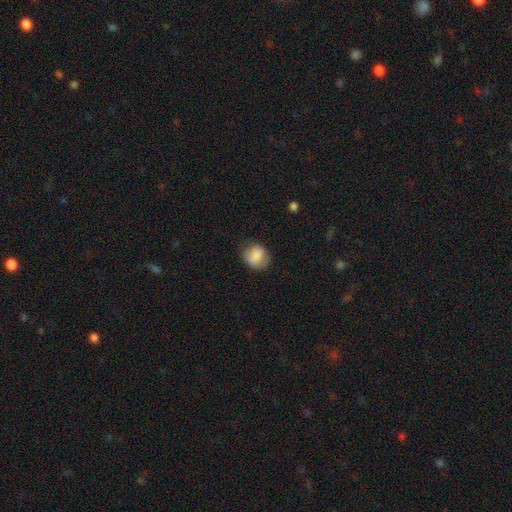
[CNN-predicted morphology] This is clearly a smooth galaxy (83%). How rounded: likely round (66%). Merging: likely none (73%).